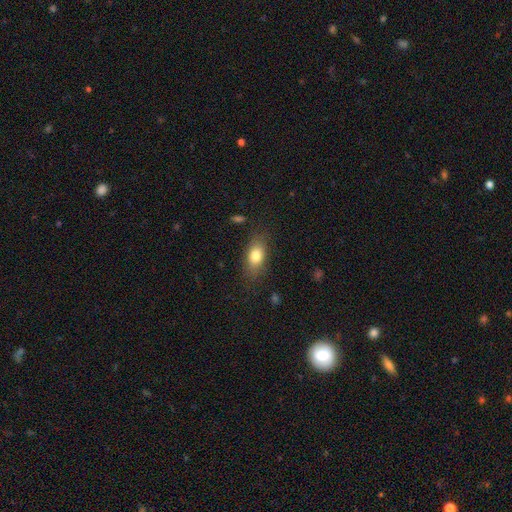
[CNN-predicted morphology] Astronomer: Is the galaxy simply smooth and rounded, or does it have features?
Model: smooth — 80%.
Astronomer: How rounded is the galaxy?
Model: in between — 83%.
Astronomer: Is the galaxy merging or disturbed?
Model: none — 80%.